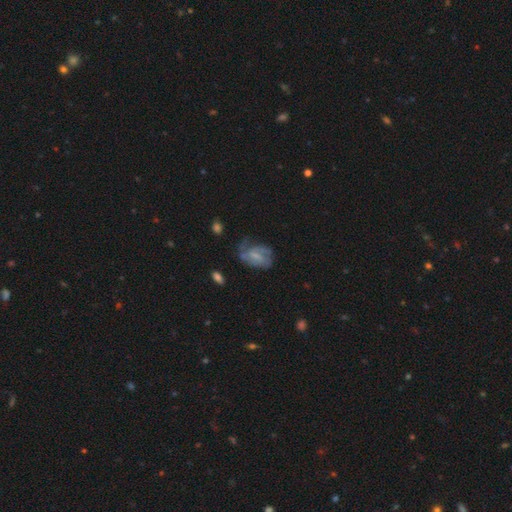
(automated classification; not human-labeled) A featured or disk galaxy (61%) with a weak bar (48%), spiral arms (77%) and a small central bulge (40%).

Vote fractions:
- Smooth or featured? featured or disk: 61% / smooth: 30% / star or artifact: 9%
- Edge-on disk? no: 97% / yes: 3%
- Bar? weak: 48% / no: 35% / strong: 17%
- Spiral arms? yes: 77% / no: 23%
- Bulge size? small: 40% / none: 36% / moderate: 20% / large: 3% / dominant: 1%
- Merging? none: 46% / minor disturbance: 28% / major disturbance: 23% / merger: 3%